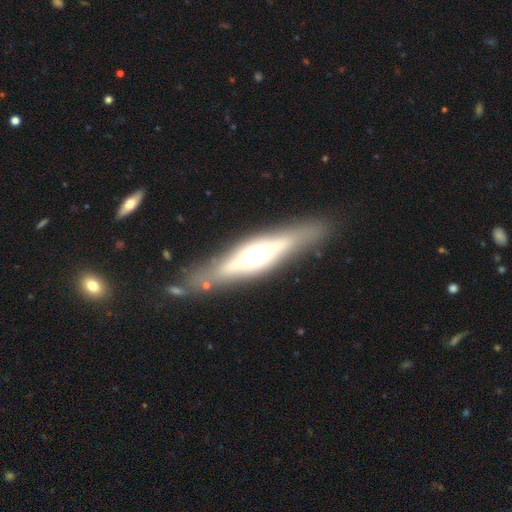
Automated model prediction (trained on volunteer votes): Overall: featured or disk (64%; smooth 29%). Edge-on disk: yes (84%). Edge-on bulge: rounded (86%). Merging: none (80%).